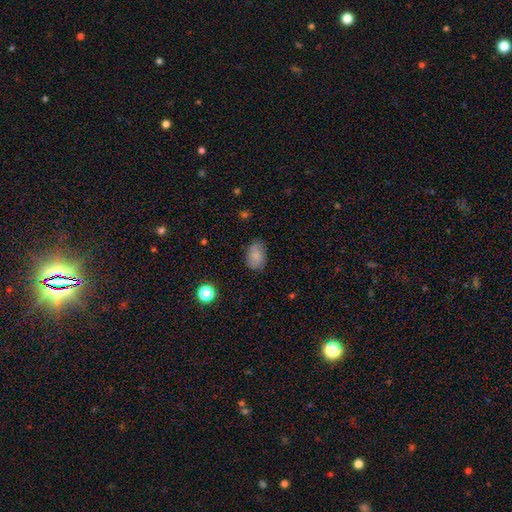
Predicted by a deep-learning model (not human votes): A smooth galaxy with no disk features (82%) that is in between round and cigar-shaped (85%).

Vote fractions:
- Smooth or featured? smooth: 82% / featured or disk: 9% / star or artifact: 9%
- How rounded? in between: 85% / round: 14% / cigar-shaped: 1%
- Merging? none: 78% / minor disturbance: 17% / major disturbance: 4% / merger: 1%